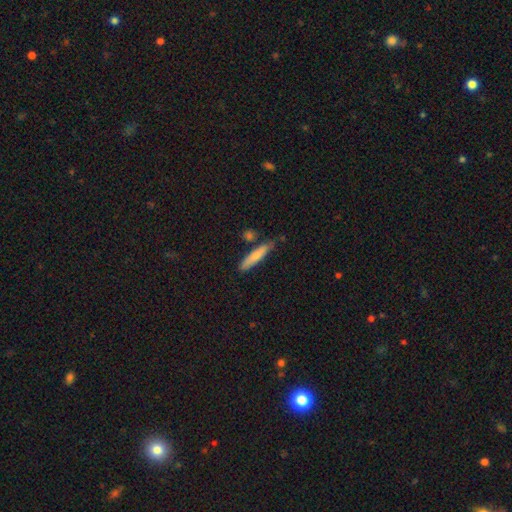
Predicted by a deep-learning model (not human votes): Smooth or featured? Predicted: smooth (p=0.73). How rounded? Predicted: cigar-shaped (p=0.85). Merging? Predicted: none (p=0.72).